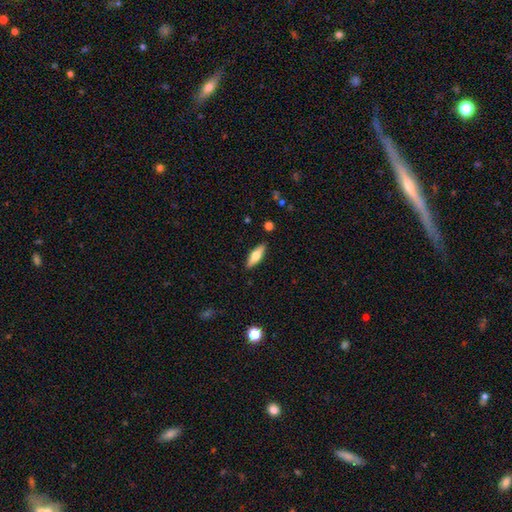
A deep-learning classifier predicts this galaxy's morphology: Smooth or featured? smooth (55%)
How rounded? in between (50%)
Merging? none (89%)